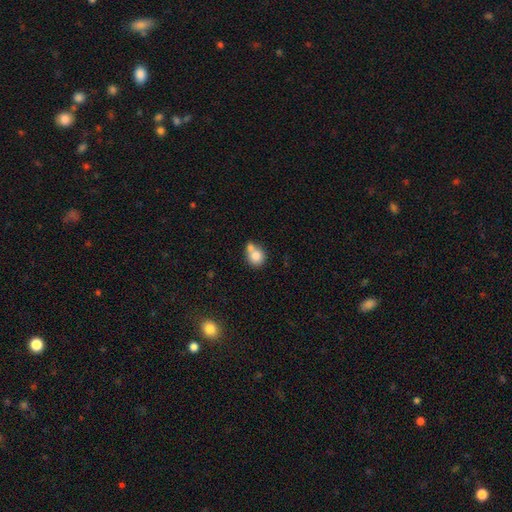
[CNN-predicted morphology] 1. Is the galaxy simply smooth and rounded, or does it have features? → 77% smooth, 13% featured or disk, 9% star or artifact.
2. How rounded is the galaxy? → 79% round, 20% in between, 1% cigar-shaped.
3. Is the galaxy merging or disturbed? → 46% merger, 39% none, 11% minor disturbance, 4% major disturbance.